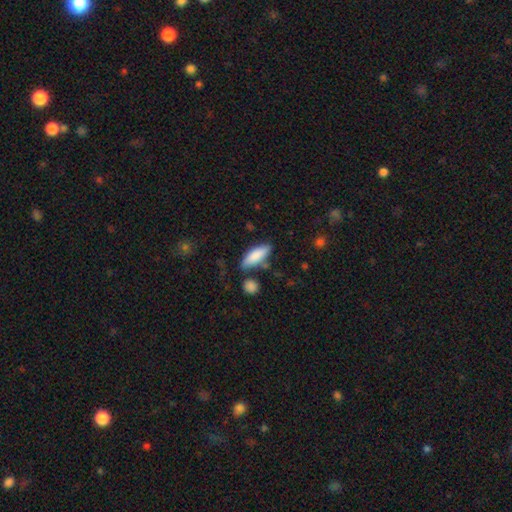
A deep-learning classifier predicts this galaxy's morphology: Smooth or featured? Predicted: smooth (p=0.83). How rounded? Predicted: in between (p=0.63). Merging? Predicted: none (p=0.73).